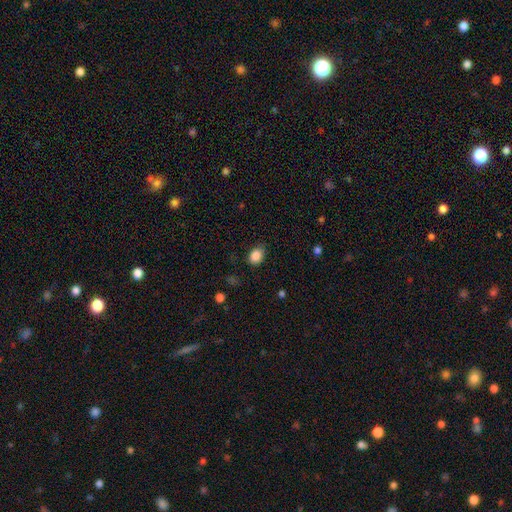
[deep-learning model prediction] Smooth or featured? Predicted: smooth (p=0.86). How rounded? Predicted: in between (p=0.66). Merging? Predicted: none (p=0.75).